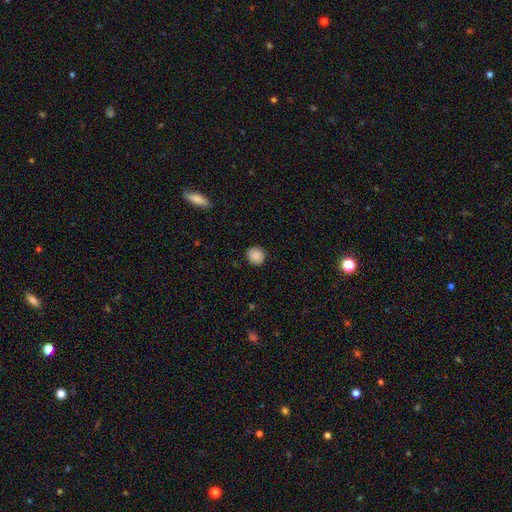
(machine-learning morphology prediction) Q: Smooth or featured?
A: smooth (85%); runner-up: star or artifact (8%)
Q: How rounded?
A: round (91%); runner-up: in between (8%)
Q: Merging?
A: none (87%); runner-up: minor disturbance (9%)